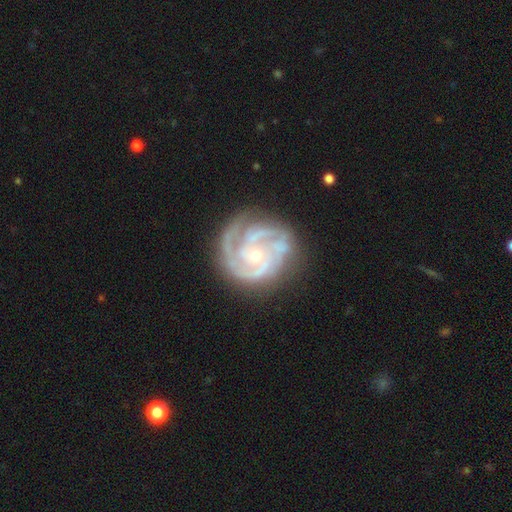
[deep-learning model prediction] Smooth or featured? Predicted: featured or disk (p=0.91). Edge-on disk? Predicted: no (p=0.98). Bar? Predicted: no (p=0.71). Spiral arms? Predicted: yes (p=0.98). Spiral winding? Predicted: tight (p=0.61). Spiral arm count? Predicted: 3 (p=0.50). Bulge size? Predicted: small (p=0.66). Merging? Predicted: none (p=0.71).